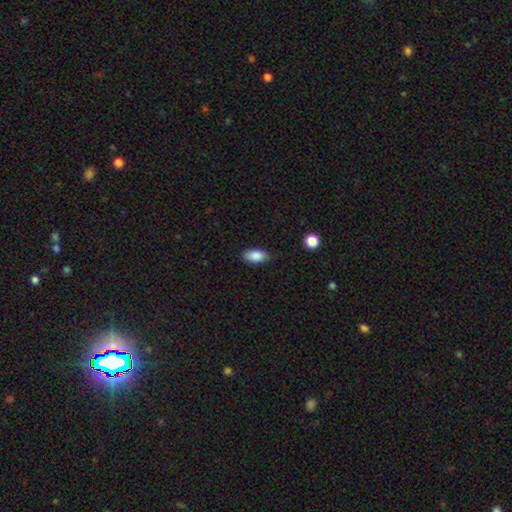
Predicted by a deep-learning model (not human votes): This is clearly a smooth galaxy (87%). How rounded: clearly in between (91%). Merging: clearly none (81%).